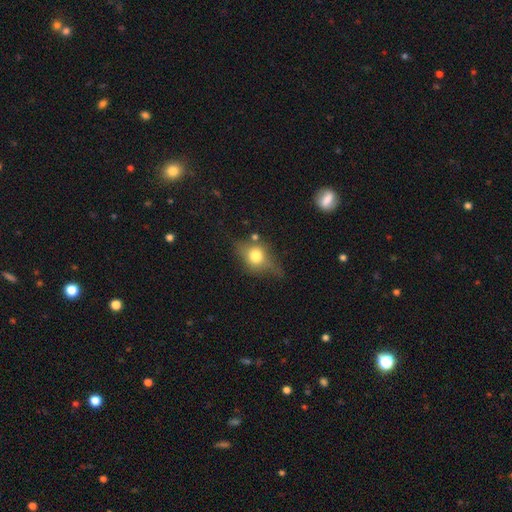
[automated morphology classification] smooth_or_featured: smooth (p=0.63) [alt: featured or disk p=0.26]
how_rounded: round (p=0.50) [alt: in between p=0.46]
merging: none (p=0.53) [alt: minor disturbance p=0.29]